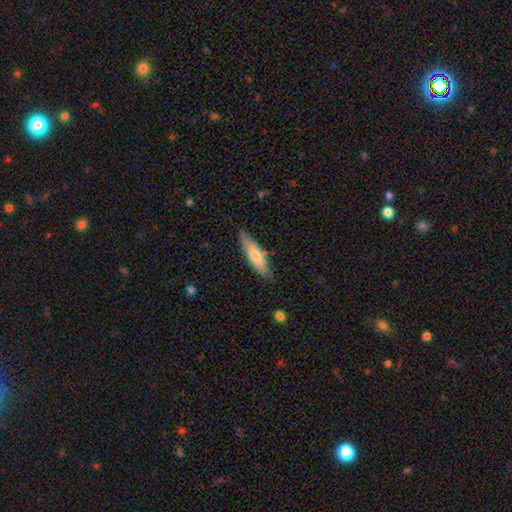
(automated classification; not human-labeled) Morphology: type=smooth (66%); roundness=cigar-shaped (67%); merging=none (80%).